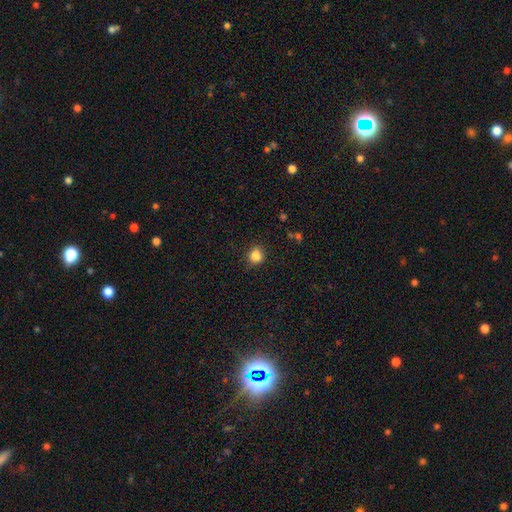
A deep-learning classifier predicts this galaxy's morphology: smooth-or-featured: smooth: 84% | star or artifact: 11% | featured or disk: 4%
  how-rounded: round: 77% | in between: 22% | cigar-shaped: 1%
  merging: none: 85% | minor disturbance: 11% | major disturbance: 3% | merger: 1%